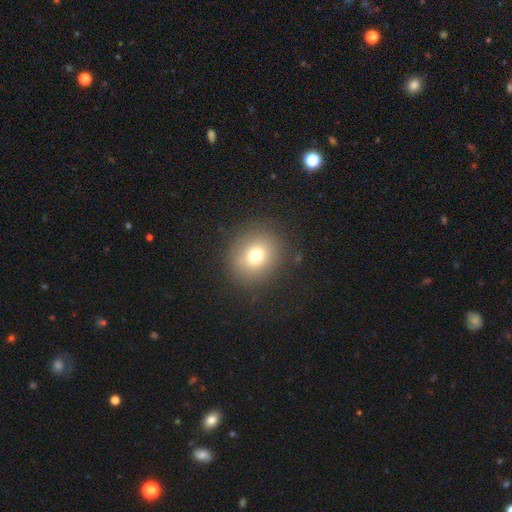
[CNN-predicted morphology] This is likely a smooth galaxy (74%). How rounded: clearly round (81%). Merging: clearly none (87%).